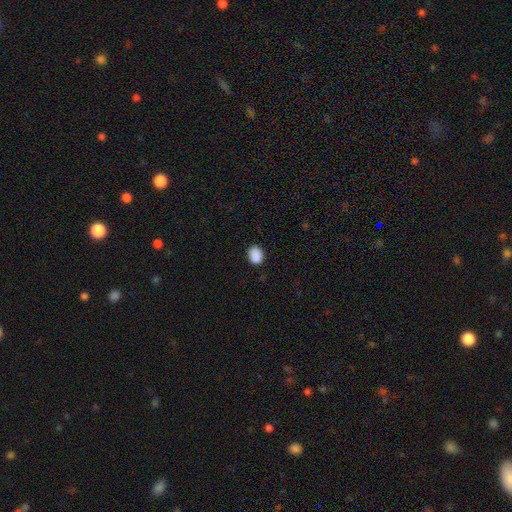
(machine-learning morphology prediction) Smooth or featured? Predicted: smooth (p=0.89). How rounded? Predicted: in between (p=0.55). Merging? Predicted: none (p=0.84).